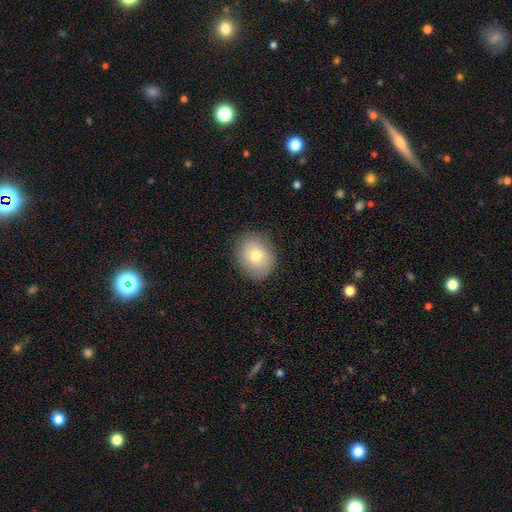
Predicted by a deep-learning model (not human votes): A smooth galaxy with no disk features (78%) that is round (63%).

Vote fractions:
- Smooth or featured? smooth: 78% / featured or disk: 13% / star or artifact: 9%
- How rounded? round: 63% / in between: 36% / cigar-shaped: 1%
- Merging? none: 86% / minor disturbance: 10% / major disturbance: 3% / merger: 1%